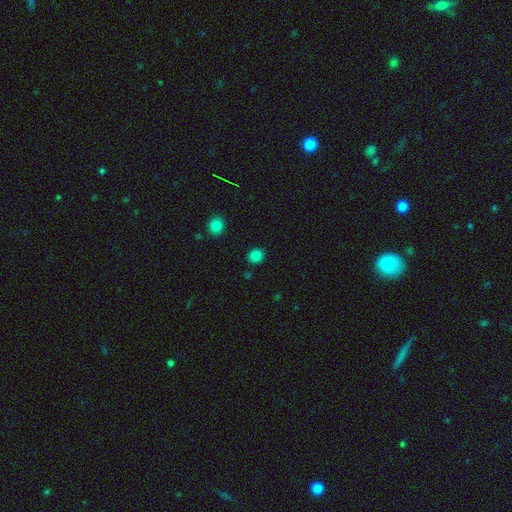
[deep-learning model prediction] The model was most divided on "smooth or featured": smooth: 85%, star or artifact: 12%, featured or disk: 4%. More confident: merging — none (90%); how rounded — round (88%).